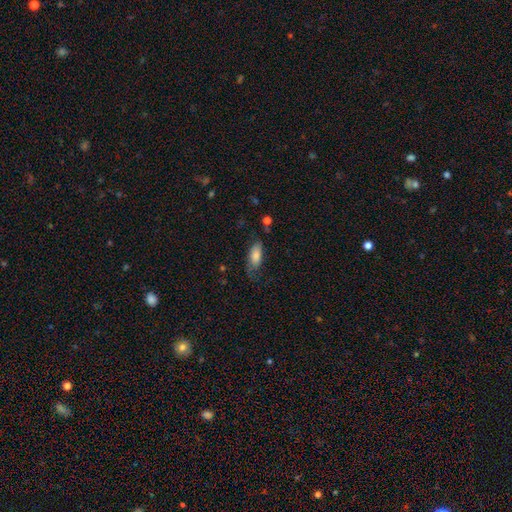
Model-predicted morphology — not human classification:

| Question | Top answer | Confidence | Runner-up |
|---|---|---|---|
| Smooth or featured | smooth | 75% | featured or disk (18%) |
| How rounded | in between | 83% | cigar-shaped (14%) |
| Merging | none | 56% | minor disturbance (29%) |